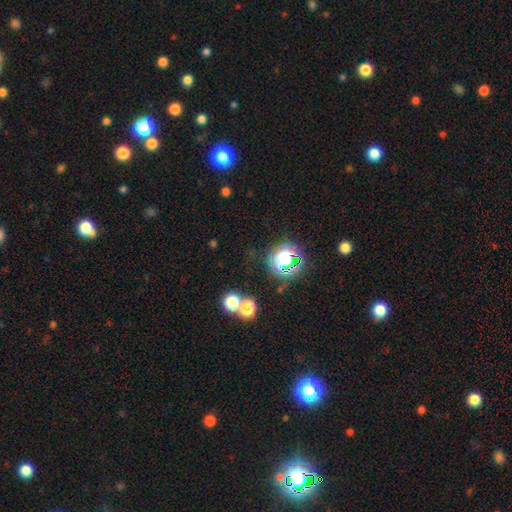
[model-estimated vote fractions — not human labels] Smooth or featured? Predicted: star or artifact (p=0.69).